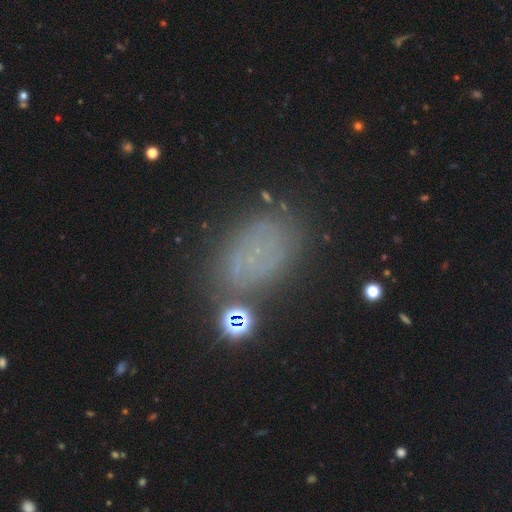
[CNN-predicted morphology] Smooth or featured? smooth (40%)
Merging? none (63%)